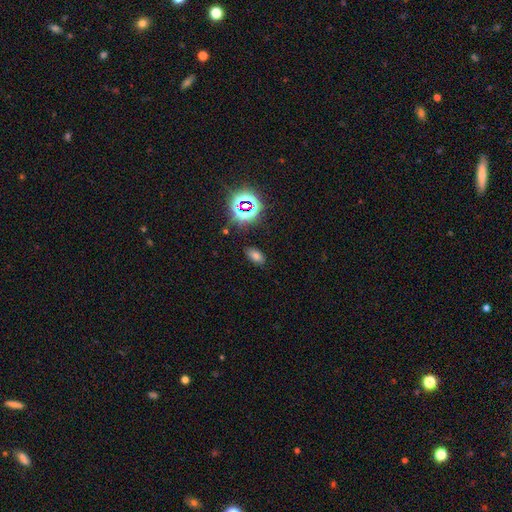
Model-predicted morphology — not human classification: smooth-or-featured: smooth: 63% | star or artifact: 28% | featured or disk: 9%
  how-rounded: in between: 89% | round: 8% | cigar-shaped: 3%
  merging: none: 85% | minor disturbance: 10% | major disturbance: 3% | merger: 2%